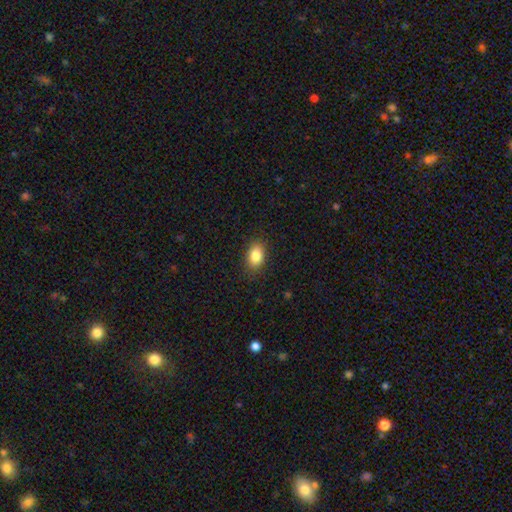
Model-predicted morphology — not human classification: The model was most divided on "how rounded": in between: 82%, round: 16%, cigar-shaped: 2%. More confident: merging — none (86%); smooth or featured — smooth (85%).